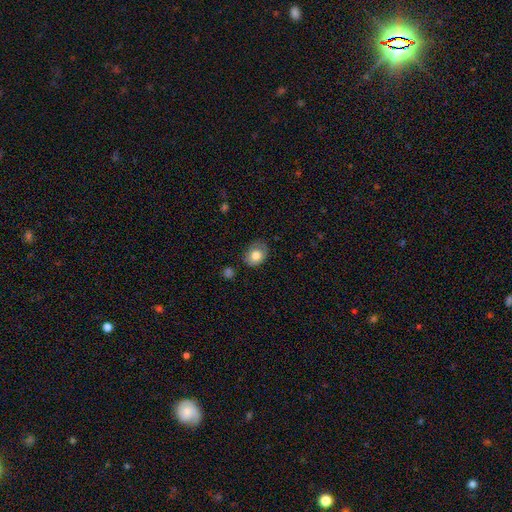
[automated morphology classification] type=smooth (78%); roundness=in between (58%); merging=none (76%).